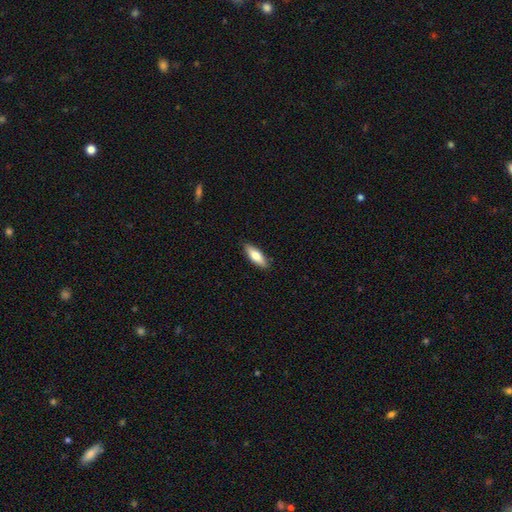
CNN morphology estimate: Smooth or featured: smooth — 73% (featured or disk — 21%)
How rounded: in between — 57% (cigar-shaped — 41%)
Merging: none — 89% (minor disturbance — 8%)